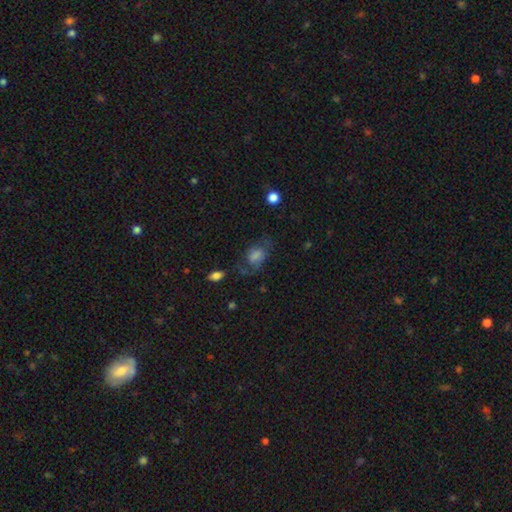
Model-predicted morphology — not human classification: smooth-or-featured: smooth: 49% | featured or disk: 34% | star or artifact: 17%
  merging: none: 48% | major disturbance: 26% | minor disturbance: 23% | merger: 3%